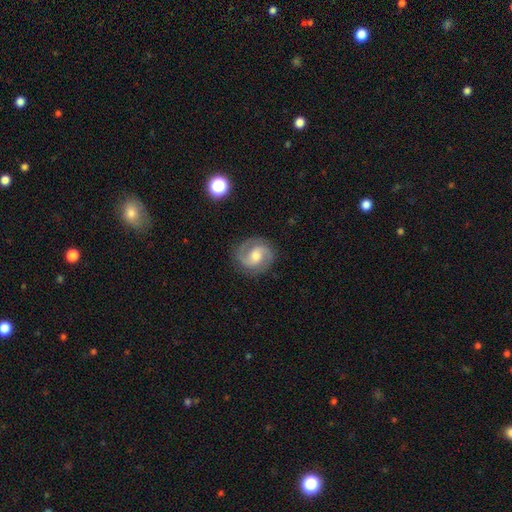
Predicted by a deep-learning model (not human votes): A featured or disk galaxy (85%) with a weak bar (48%), 2 (91%) medium (54%) spiral arms (97%) and a moderate central bulge (63%).

Vote fractions:
- Smooth or featured? featured or disk: 85% / smooth: 9% / star or artifact: 5%
- Edge-on disk? no: 98% / yes: 2%
- Bar? weak: 48% / no: 37% / strong: 15%
- Spiral arms? yes: 97% / no: 3%
- Spiral winding? medium: 54% / tight: 32% / loose: 13%
- Spiral arm count? 2: 91% / can't tell: 3% / 3: 2% / 1: 2% / 4: 1% / more than 4: 1%
- Bulge size? moderate: 63% / small: 25% / large: 8% / none: 3% / dominant: 1%
- Merging? none: 85% / minor disturbance: 10% / major disturbance: 4% / merger: 1%